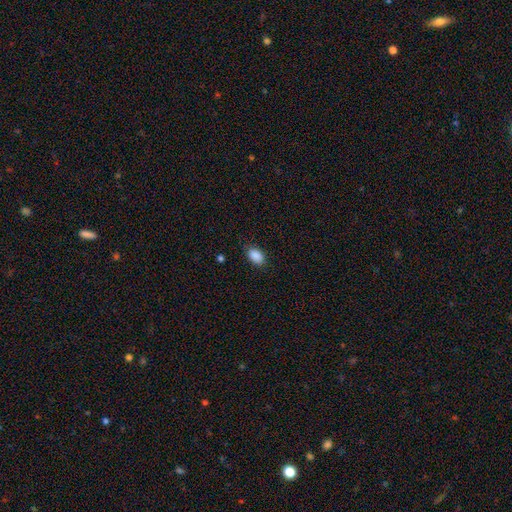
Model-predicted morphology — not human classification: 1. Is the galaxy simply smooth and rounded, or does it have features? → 89% smooth, 8% star or artifact, 3% featured or disk.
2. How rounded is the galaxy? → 88% in between, 11% round, 1% cigar-shaped.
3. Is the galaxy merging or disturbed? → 84% none, 12% minor disturbance, 3% major disturbance, 1% merger.